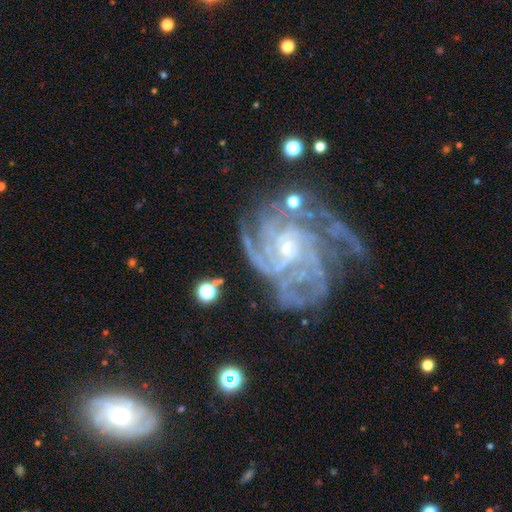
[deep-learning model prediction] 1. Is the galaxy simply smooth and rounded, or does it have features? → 88% featured or disk, 7% star or artifact, 4% smooth.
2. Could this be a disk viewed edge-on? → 98% no, 2% yes.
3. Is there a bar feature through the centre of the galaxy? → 62% no, 30% weak, 8% strong.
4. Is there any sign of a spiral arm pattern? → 97% yes, 3% no.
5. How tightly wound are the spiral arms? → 59% tight, 33% medium, 8% loose.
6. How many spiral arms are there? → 27% 4, 21% can't tell, 21% more than 4, 14% 3, 9% 2, 7% 1.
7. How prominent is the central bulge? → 78% small, 15% moderate, 4% none, 2% large, 1% dominant.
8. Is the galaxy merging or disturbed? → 53% none, 22% major disturbance, 21% minor disturbance, 5% merger.